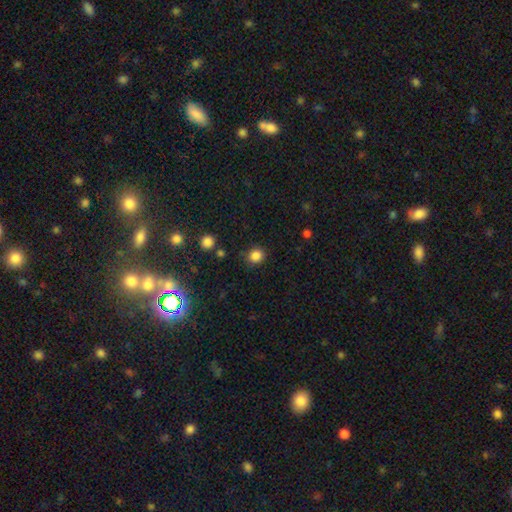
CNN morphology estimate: Smooth or featured? Predicted: smooth (p=0.84). How rounded? Predicted: round (p=0.85). Merging? Predicted: none (p=0.85).